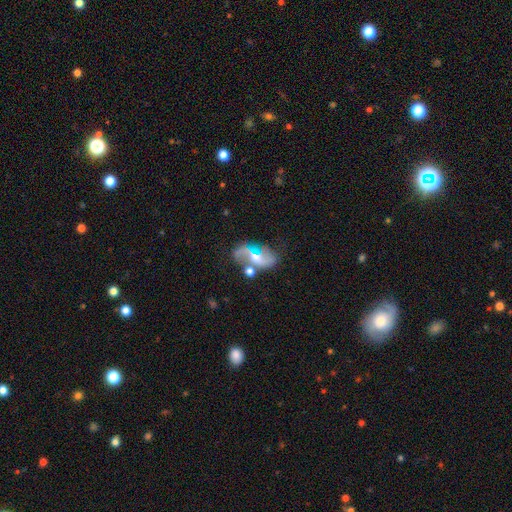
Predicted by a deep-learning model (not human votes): Smooth or featured?
  - featured or disk: 79% *
  - smooth: 13%
  - star or artifact: 8%
Edge-on disk?
  - no: 96% *
  - yes: 4%
Bar?
  - weak: 45% *
  - no: 35%
  - strong: 20%
Spiral arms?
  - yes: 91% *
  - no: 9%
Spiral winding?
  - loose: 70% *
  - medium: 24%
  - tight: 6%
Spiral arm count?
  - 2: 89% *
  - 1: 4%
  - can't tell: 4%
  - 3: 1%
  - 4: 1%
  - more than 4: 1%
Bulge size?
  - moderate: 50% *
  - small: 42%
  - none: 3%
  - large: 3%
  - dominant: 1%
Merging?
  - none: 53% *
  - minor disturbance: 18%
  - merger: 17%
  - major disturbance: 11%